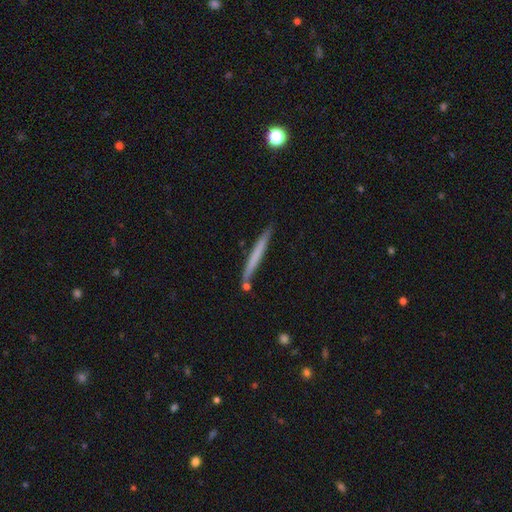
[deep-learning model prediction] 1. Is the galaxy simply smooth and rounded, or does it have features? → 57% smooth, 37% featured or disk, 6% star or artifact.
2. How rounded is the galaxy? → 97% cigar-shaped, 2% in between, 1% round.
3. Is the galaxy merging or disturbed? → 84% none, 10% minor disturbance, 4% merger, 2% major disturbance.